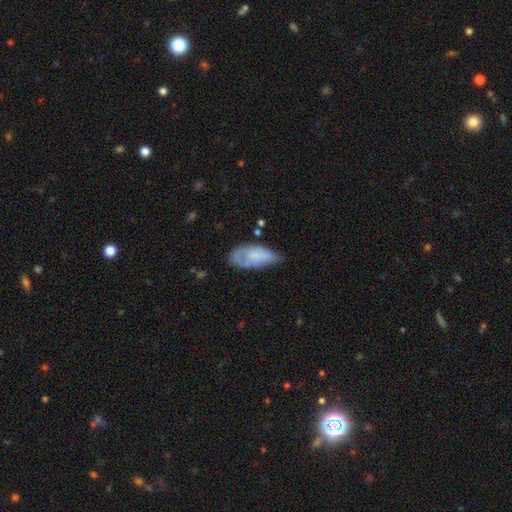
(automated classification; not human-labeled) Q: Smooth or featured?
A: smooth (62%); runner-up: featured or disk (30%)
Q: How rounded?
A: in between (89%); runner-up: cigar-shaped (8%)
Q: Merging?
A: none (41%); runner-up: minor disturbance (37%)